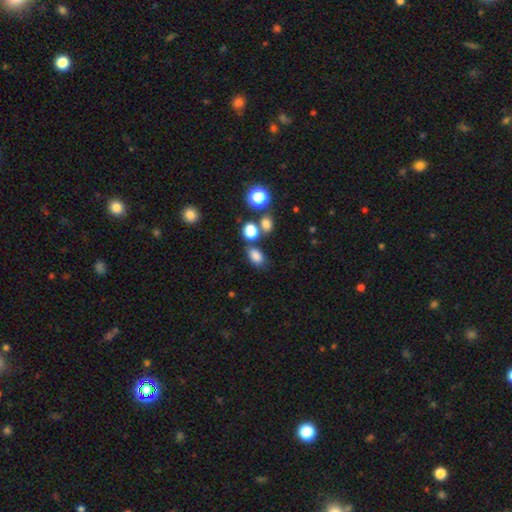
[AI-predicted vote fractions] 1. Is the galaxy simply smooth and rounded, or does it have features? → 80% smooth, 13% star or artifact, 6% featured or disk.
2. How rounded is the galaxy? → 78% in between, 21% round, 2% cigar-shaped.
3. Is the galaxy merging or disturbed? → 64% none, 17% merger, 13% minor disturbance, 5% major disturbance.